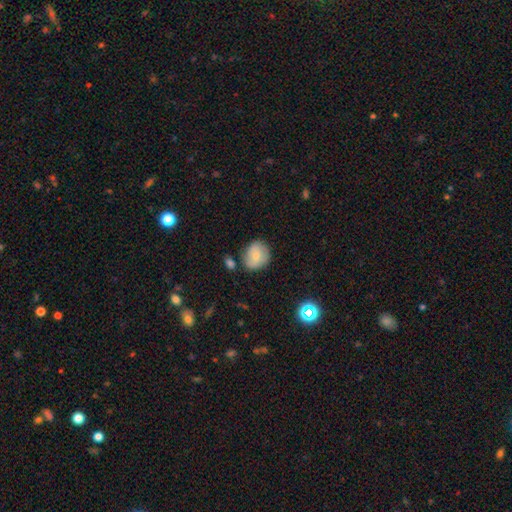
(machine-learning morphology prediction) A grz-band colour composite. It shows a smooth galaxy with no disk features (72%) that is round (67%). Merging: none (68%).